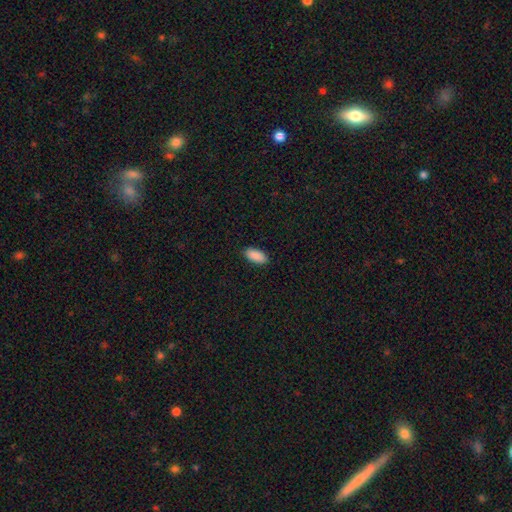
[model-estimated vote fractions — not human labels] Smooth or featured?
  - smooth: 90% *
  - star or artifact: 6%
  - featured or disk: 3%
How rounded?
  - in between: 91% *
  - cigar-shaped: 7%
  - round: 2%
Merging?
  - none: 90% *
  - minor disturbance: 8%
  - major disturbance: 2%
  - merger: 1%